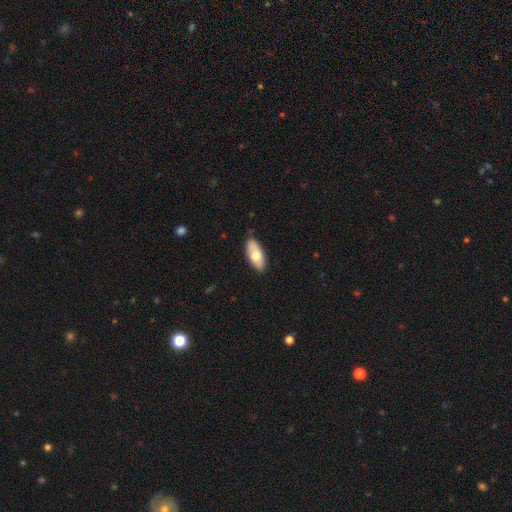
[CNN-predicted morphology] The model was most divided on "smooth or featured": smooth: 66%, featured or disk: 29%, star or artifact: 6%. More confident: how rounded — in between (88%); merging — none (85%).